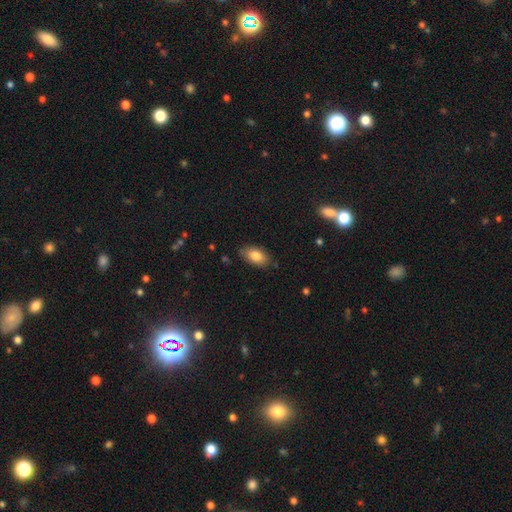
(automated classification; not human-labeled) smooth 82%, featured or disk 10%, star or artifact 7%. Down the decision tree: how rounded — in between (91%); merging — none (79%).